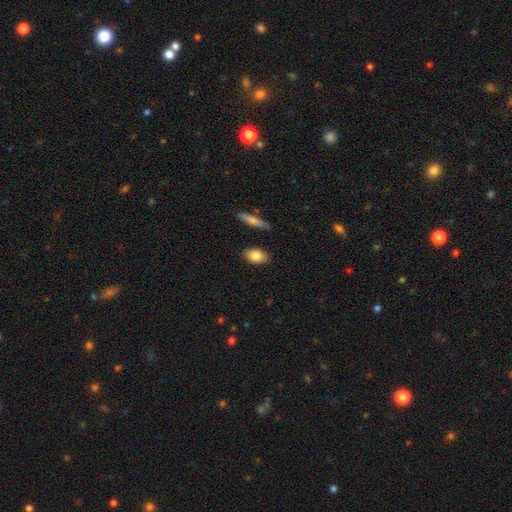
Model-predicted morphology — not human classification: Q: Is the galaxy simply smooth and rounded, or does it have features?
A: smooth — 82%.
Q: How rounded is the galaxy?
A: in between — 87%.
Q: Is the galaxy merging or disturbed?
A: none — 86%.